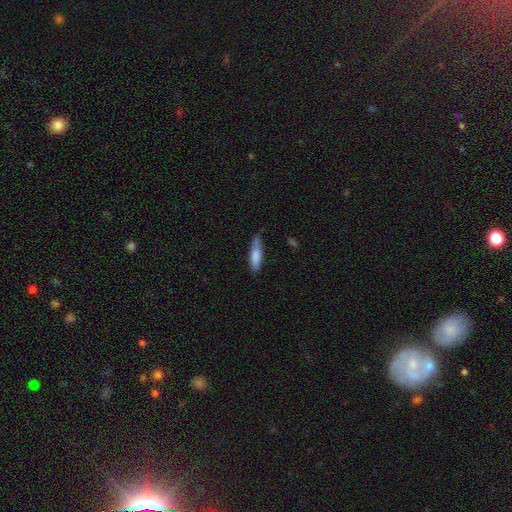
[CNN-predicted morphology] smooth-or-featured: smooth: 80% | featured or disk: 14% | star or artifact: 6%
  how-rounded: cigar-shaped: 62% | in between: 37% | round: 2%
  merging: none: 68% | minor disturbance: 25% | major disturbance: 4% | merger: 2%